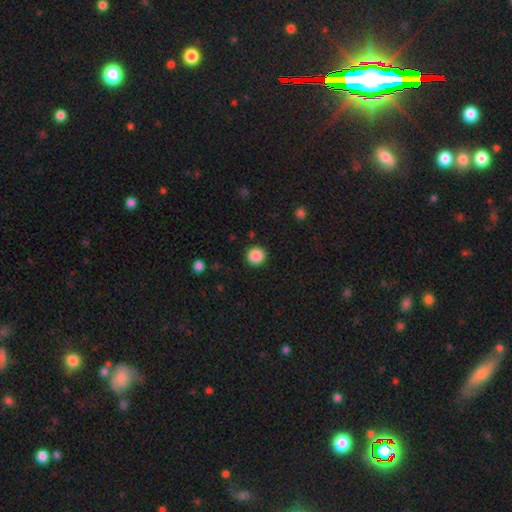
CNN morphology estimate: Smooth or featured: smooth — 88% (star or artifact — 10%)
How rounded: round — 93% (in between — 6%)
Merging: none — 91% (minor disturbance — 6%)